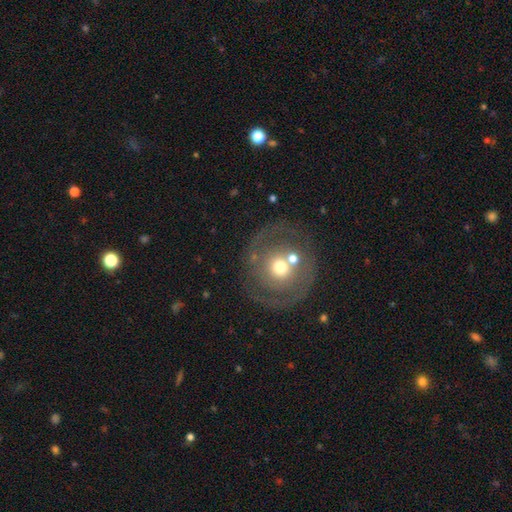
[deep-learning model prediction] Overall: featured or disk (72%). Edge-on disk: no (97%). Bar: no (68%). Spiral arms: yes (77%). Spiral arm count: 2 (57%; can't tell 22%). Spiral winding: tight (60%; medium 30%). Bulge size: moderate (64%; small 24%). Merging: none (71%).